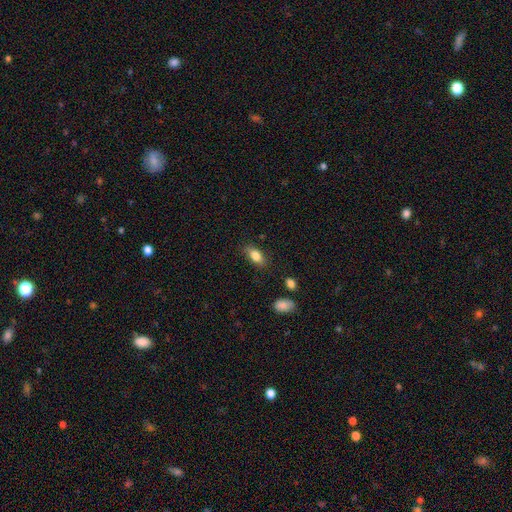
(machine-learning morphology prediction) A smooth galaxy with no disk features (82%) that is in between round and cigar-shaped (87%). Merging: none (82%).